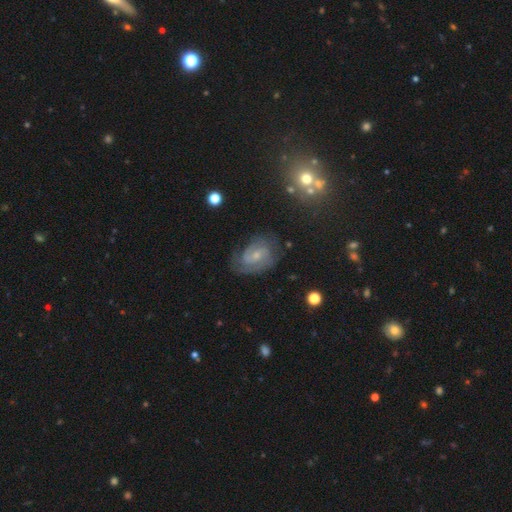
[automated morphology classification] Overall: featured or disk (78%). Edge-on disk: no (97%). Bar: weak (47%; no 44%). Spiral arms: yes (93%). Spiral arm count: 2 (60%). Spiral winding: tight (45%; medium 42%). Bulge size: small (62%; moderate 32%). Merging: none (69%).